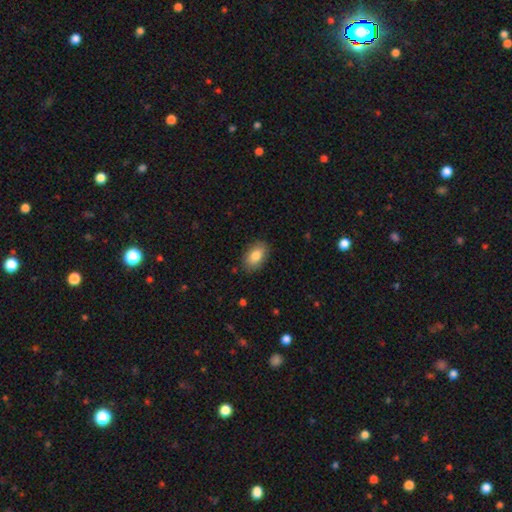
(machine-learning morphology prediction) smooth_or_featured: smooth (p=0.83) [alt: featured or disk p=0.10]
how_rounded: in between (p=0.91) [alt: round p=0.07]
merging: none (p=0.87) [alt: minor disturbance p=0.10]